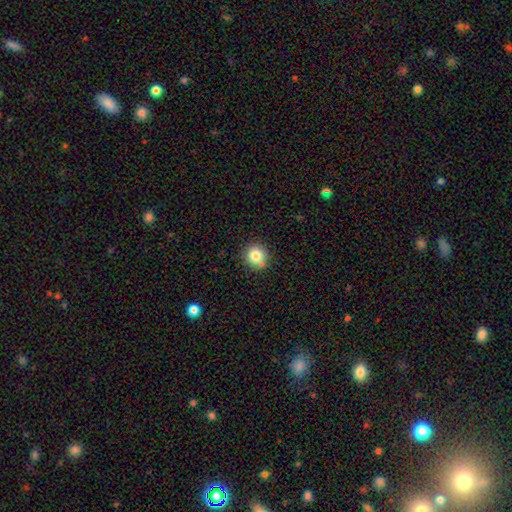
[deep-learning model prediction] This appears to be a smooth galaxy with no disk features (82%) that is round (93%). Merging: none (82%).